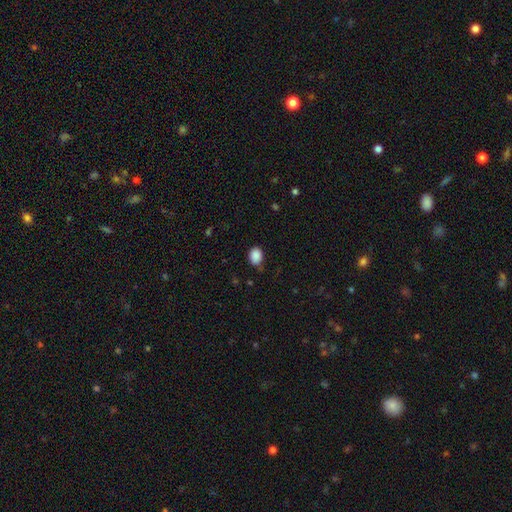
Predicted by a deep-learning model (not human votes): Smooth or featured: smooth — 88% (star or artifact — 9%)
How rounded: in between — 62% (round — 37%)
Merging: none — 75% (minor disturbance — 20%)